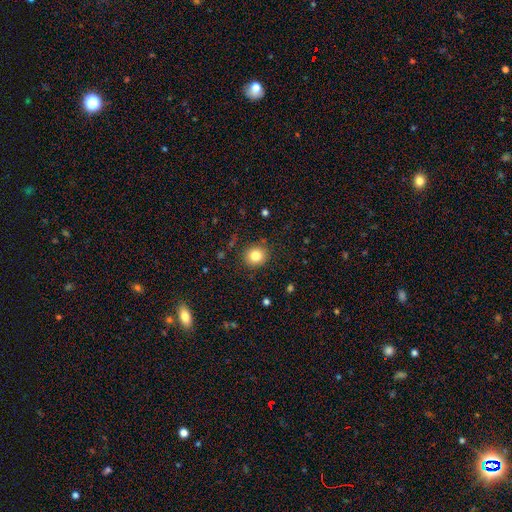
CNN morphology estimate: This is clearly a smooth galaxy (82%). How rounded: clearly round (86%). Merging: clearly none (88%).